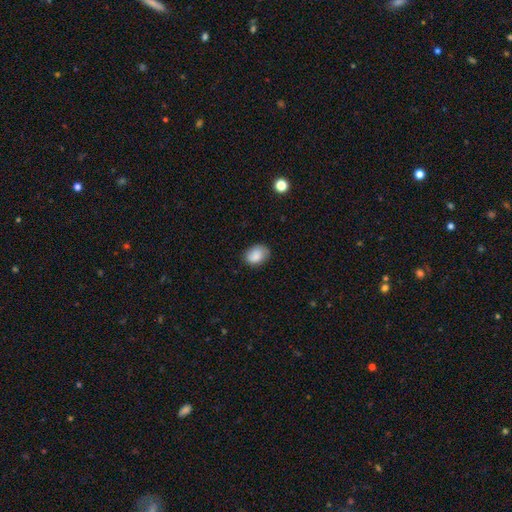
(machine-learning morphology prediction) A smooth galaxy with no disk features (83%) that is in between round and cigar-shaped (72%).

Vote fractions:
- Smooth or featured? smooth: 83% / featured or disk: 9% / star or artifact: 8%
- How rounded? in between: 72% / round: 27% / cigar-shaped: 1%
- Merging? none: 73% / minor disturbance: 21% / major disturbance: 4% / merger: 1%